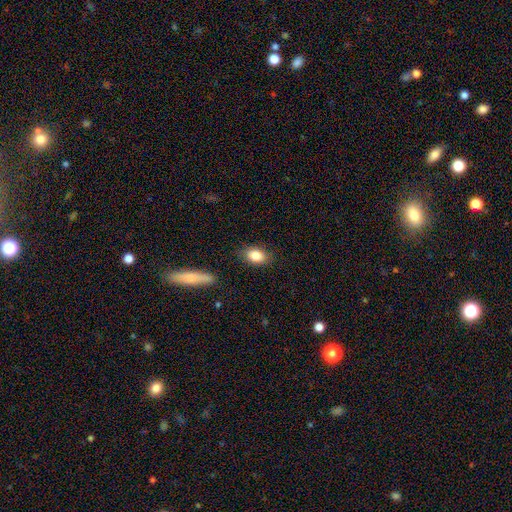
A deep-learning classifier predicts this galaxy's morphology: Smooth or featured? smooth (84%)
How rounded? in between (82%)
Merging? none (83%)